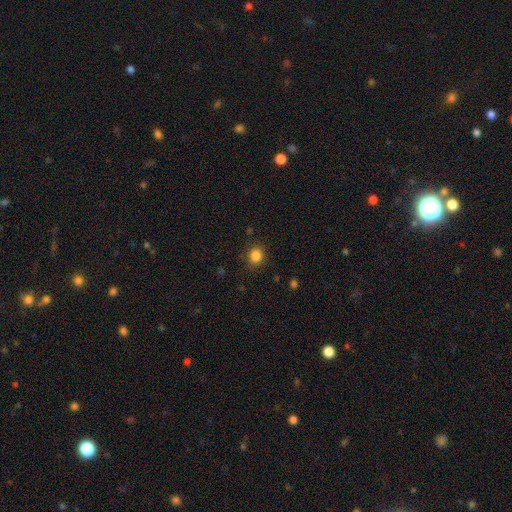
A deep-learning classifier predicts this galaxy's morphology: smooth_or_featured: smooth (p=0.85) [alt: star or artifact p=0.11]
how_rounded: round (p=0.79) [alt: in between p=0.20]
merging: none (p=0.87) [alt: minor disturbance p=0.09]